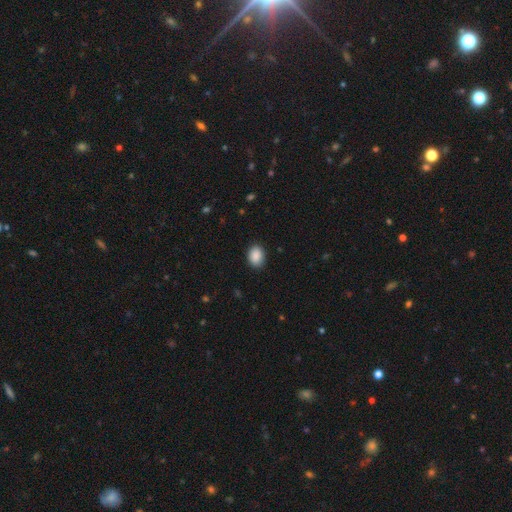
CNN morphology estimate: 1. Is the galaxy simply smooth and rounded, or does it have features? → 90% smooth, 7% star or artifact, 3% featured or disk.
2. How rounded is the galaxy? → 76% in between, 23% round, 1% cigar-shaped.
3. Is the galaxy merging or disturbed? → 88% none, 9% minor disturbance, 2% major disturbance, 1% merger.